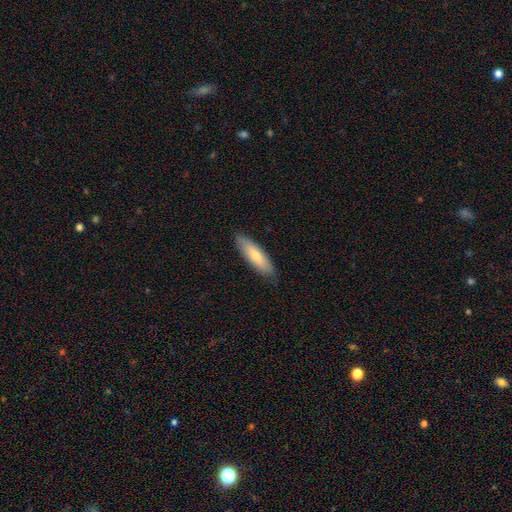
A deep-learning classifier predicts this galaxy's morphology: Smooth or featured?
  - smooth: 72% *
  - featured or disk: 22%
  - star or artifact: 5%
How rounded?
  - cigar-shaped: 59% *
  - in between: 40%
  - round: 2%
Merging?
  - none: 85% *
  - minor disturbance: 12%
  - major disturbance: 2%
  - merger: 1%